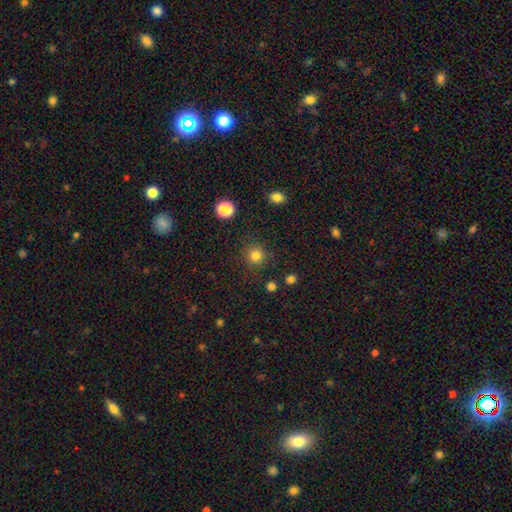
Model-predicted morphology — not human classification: The model was most divided on "smooth or featured": smooth: 82%, star or artifact: 13%, featured or disk: 5%. More confident: how rounded — round (93%); merging — none (88%).